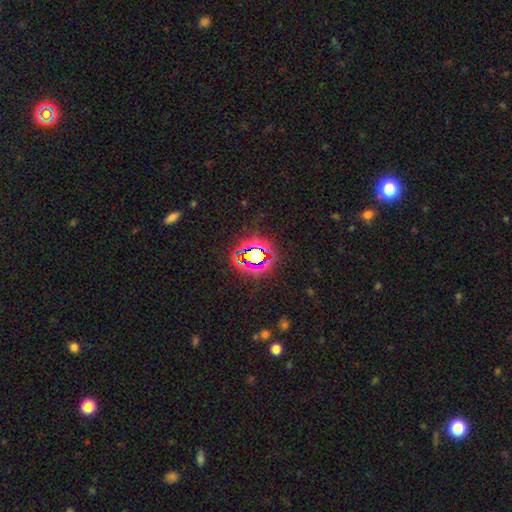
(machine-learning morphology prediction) Smooth or featured? star or artifact (67%)